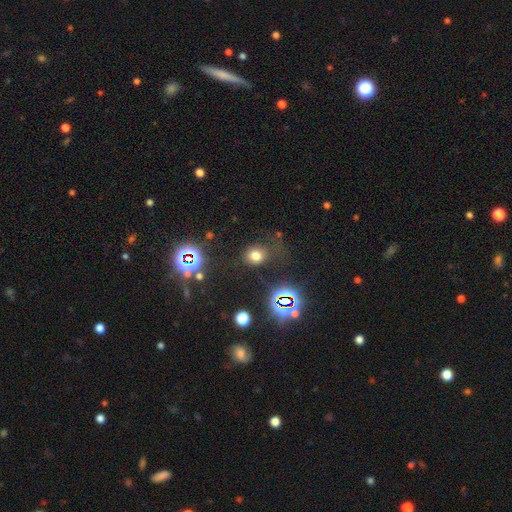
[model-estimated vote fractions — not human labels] Smooth or featured? smooth (69%)
How rounded? round (72%)
Merging? none (72%)